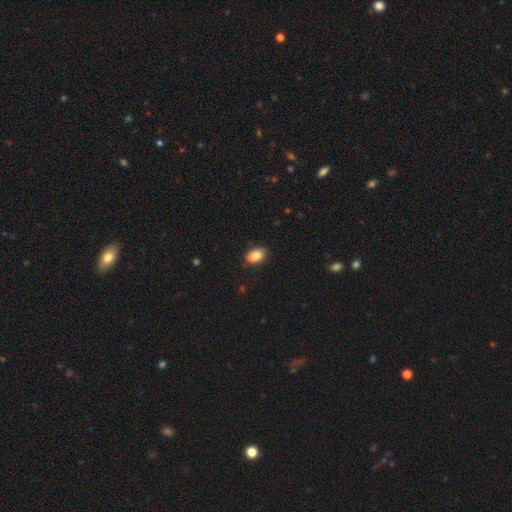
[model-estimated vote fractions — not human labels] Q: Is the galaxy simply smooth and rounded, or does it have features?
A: smooth — 85%.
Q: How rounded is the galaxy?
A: in between — 86%.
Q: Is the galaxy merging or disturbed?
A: none — 85%.